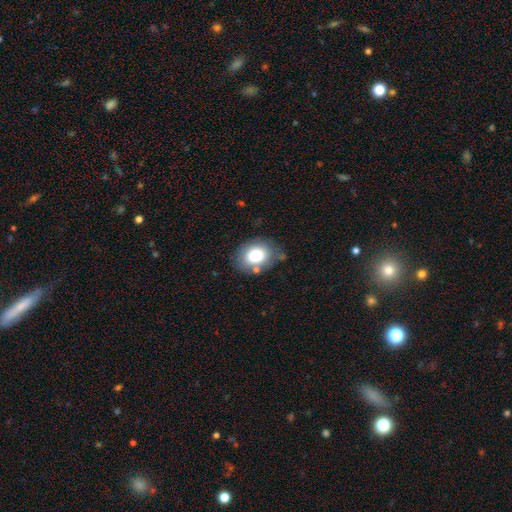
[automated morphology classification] This is likely a smooth galaxy (79%). How rounded: likely in between (69%). Merging: likely none (73%).